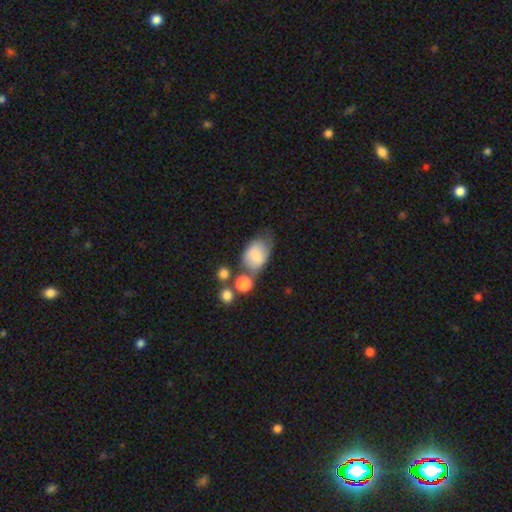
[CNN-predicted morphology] smooth 74%, featured or disk 18%, star or artifact 8%. Down the decision tree: how rounded — in between (82%); merging — none (39%).